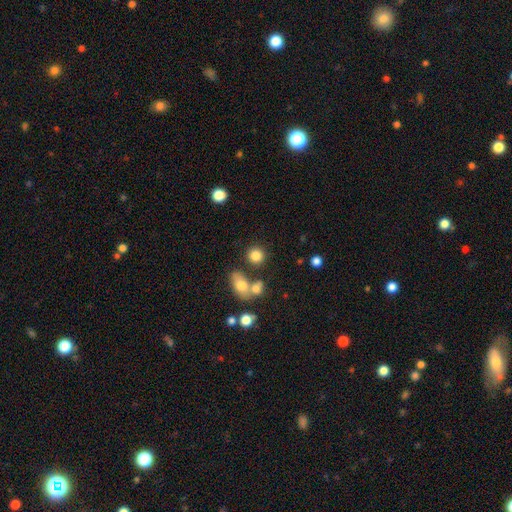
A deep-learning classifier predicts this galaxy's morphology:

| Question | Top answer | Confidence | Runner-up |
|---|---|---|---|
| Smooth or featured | smooth | 81% | star or artifact (11%) |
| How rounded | round | 84% | in between (15%) |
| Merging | none | 72% | merger (14%) |